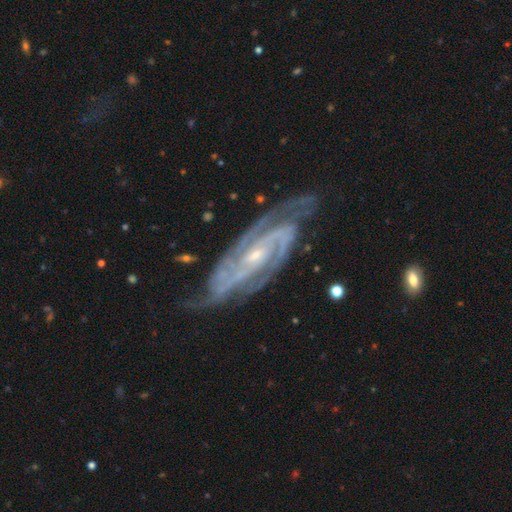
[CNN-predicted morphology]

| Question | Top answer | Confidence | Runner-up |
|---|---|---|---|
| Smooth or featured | featured or disk | 92% | star or artifact (5%) |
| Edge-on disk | no | 94% | yes (6%) |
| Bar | no | 38% | weak (36%) |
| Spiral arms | yes | 99% | no (1%) |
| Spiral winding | tight | 57% | medium (37%) |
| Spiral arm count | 2 | 55% | 3 (20%) |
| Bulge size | small | 69% | moderate (27%) |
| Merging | none | 75% | minor disturbance (18%) |